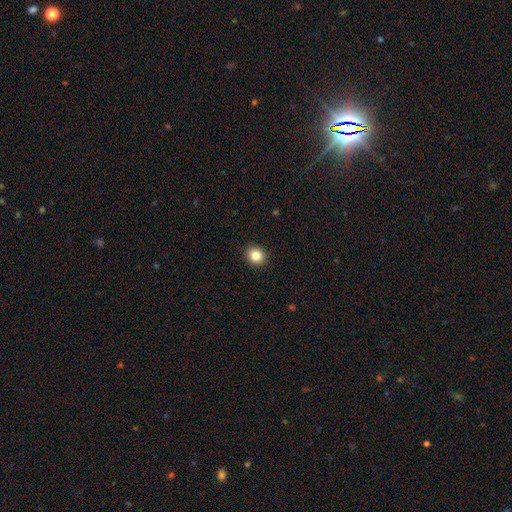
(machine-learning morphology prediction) Q: Smooth or featured?
A: smooth (84%); runner-up: star or artifact (11%)
Q: How rounded?
A: round (87%); runner-up: in between (12%)
Q: Merging?
A: none (92%); runner-up: minor disturbance (5%)